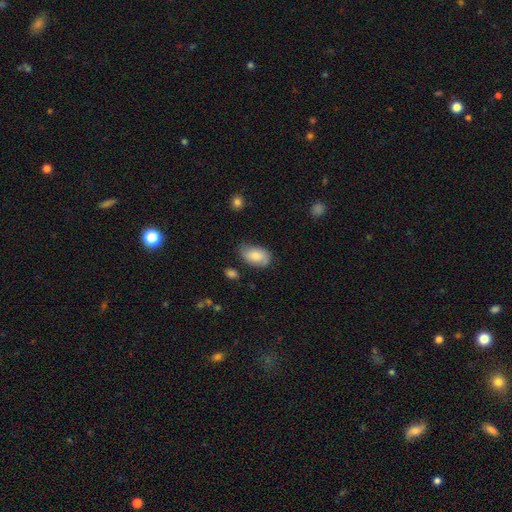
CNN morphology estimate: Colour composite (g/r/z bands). It shows a smooth galaxy with no disk features (75%) that is in between round and cigar-shaped (91%). Merging: none (62%).